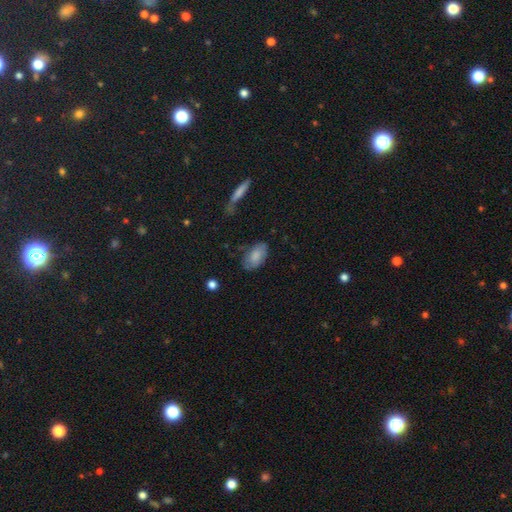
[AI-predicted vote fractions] Morphology: type=smooth (80%); roundness=in between (93%); merging=none (71%).